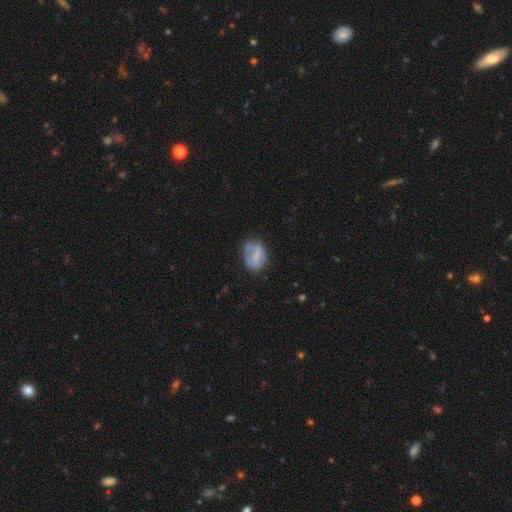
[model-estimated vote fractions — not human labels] A smooth galaxy with no disk features (54%) that is in between round and cigar-shaped (73%).

Vote fractions:
- Smooth or featured? smooth: 54% / featured or disk: 37% / star or artifact: 8%
- How rounded? in between: 73% / round: 25% / cigar-shaped: 3%
- Merging? none: 56% / minor disturbance: 28% / major disturbance: 13% / merger: 3%